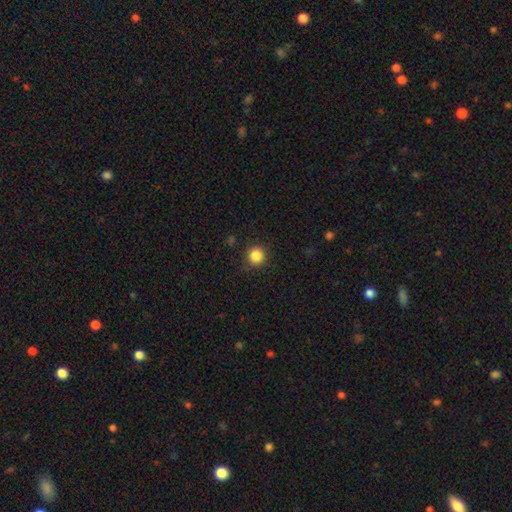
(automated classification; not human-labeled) Smooth or featured? smooth (85%)
How rounded? round (94%)
Merging? none (89%)